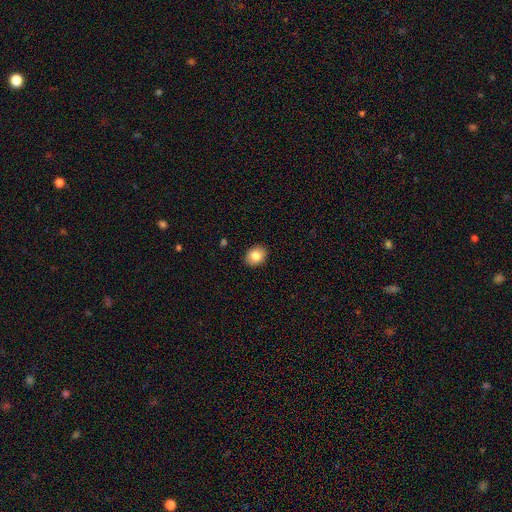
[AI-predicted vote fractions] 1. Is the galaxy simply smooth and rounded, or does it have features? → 84% smooth, 8% star or artifact, 8% featured or disk.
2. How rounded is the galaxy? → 50% round, 49% in between, 1% cigar-shaped.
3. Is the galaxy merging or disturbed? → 90% none, 7% minor disturbance, 2% major disturbance, 1% merger.